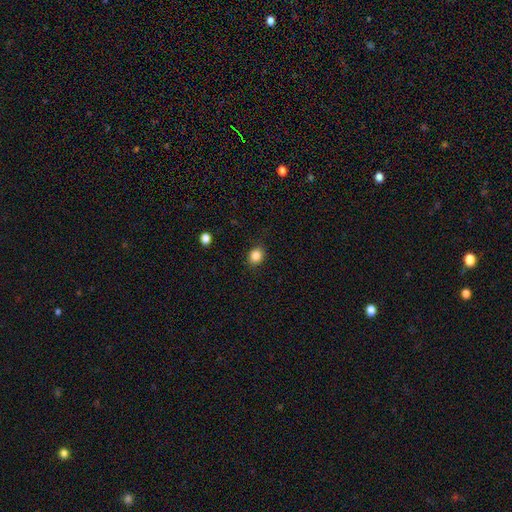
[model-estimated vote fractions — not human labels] A smooth galaxy with no disk features (85%) that is round (67%). Merging: none (86%).